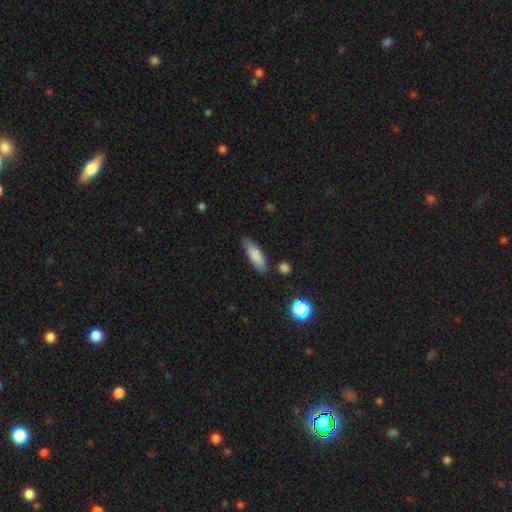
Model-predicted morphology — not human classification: smooth_or_featured: smooth (p=0.82) [alt: featured or disk p=0.11]
how_rounded: in between (p=0.54) [alt: cigar-shaped p=0.45]
merging: none (p=0.78) [alt: minor disturbance p=0.16]